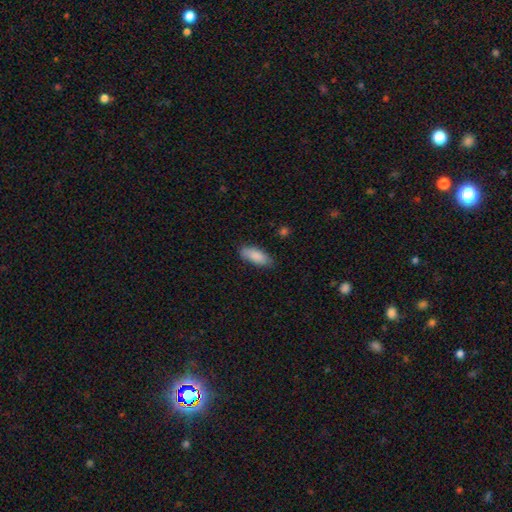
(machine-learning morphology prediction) smooth 88%, featured or disk 6%, star or artifact 6%. Down the decision tree: how rounded — in between (75%); merging — none (80%).